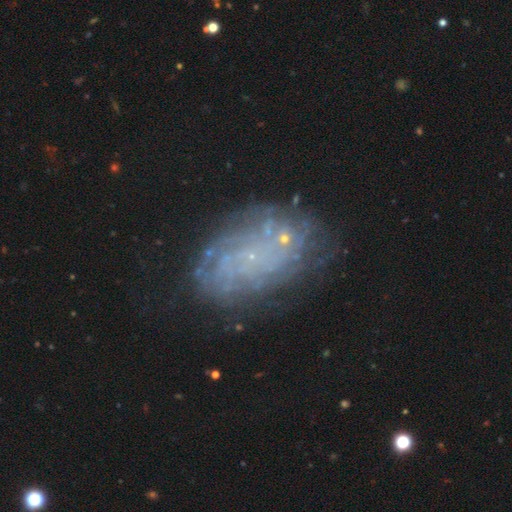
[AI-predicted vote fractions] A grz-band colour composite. It shows a featured or disk galaxy (66%) with no bar (85%), spiral arms (68%) and a small central bulge (67%). Merging: none (70%).